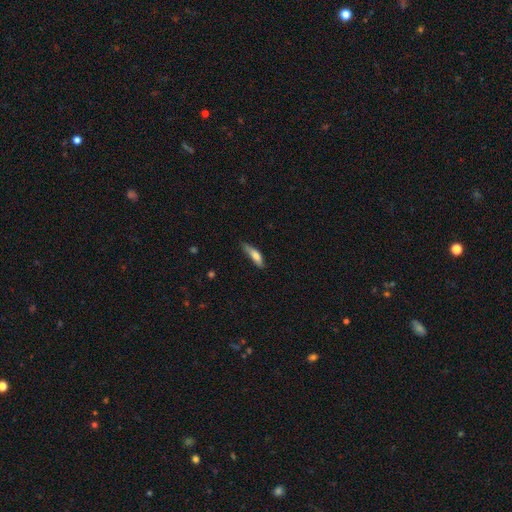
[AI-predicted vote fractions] smooth-or-featured: smooth: 71% | featured or disk: 22% | star or artifact: 6%
  how-rounded: cigar-shaped: 68% | in between: 30% | round: 2%
  merging: none: 52% | minor disturbance: 36% | major disturbance: 10% | merger: 2%